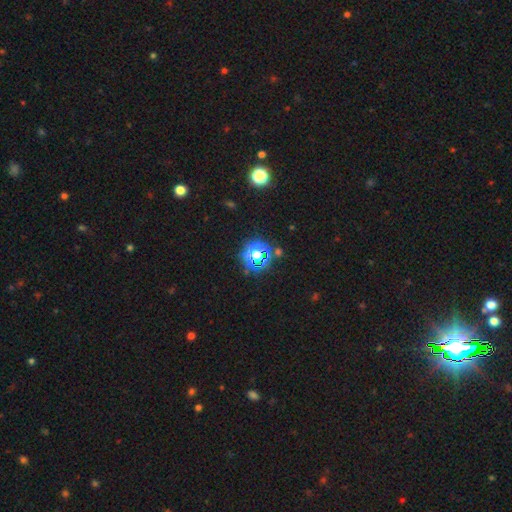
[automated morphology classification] type=star or artifact (68%).